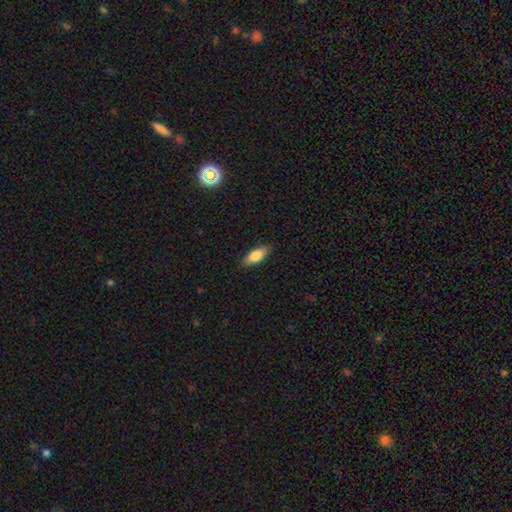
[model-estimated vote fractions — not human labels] Overall: smooth (83%). How rounded: in between (80%). Merging: none (86%).